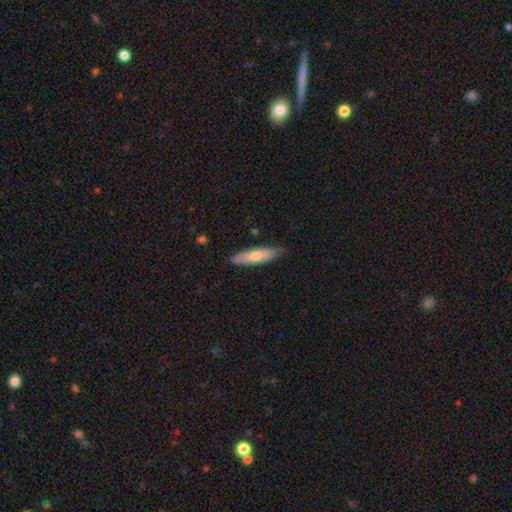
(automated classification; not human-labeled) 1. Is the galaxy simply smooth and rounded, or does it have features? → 67% smooth, 28% featured or disk, 6% star or artifact.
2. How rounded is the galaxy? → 70% cigar-shaped, 29% in between, 2% round.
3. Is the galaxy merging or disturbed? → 83% none, 14% minor disturbance, 2% major disturbance, 1% merger.